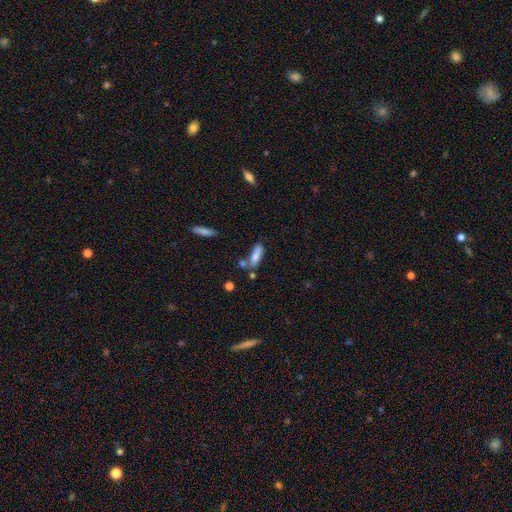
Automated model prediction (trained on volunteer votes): smooth-or-featured: smooth: 77% | featured or disk: 15% | star or artifact: 8%
  how-rounded: cigar-shaped: 50% | in between: 48% | round: 2%
  merging: none: 52% | minor disturbance: 21% | merger: 19% | major disturbance: 7%